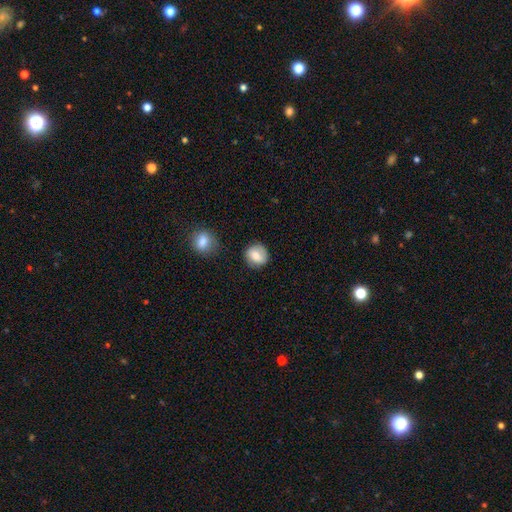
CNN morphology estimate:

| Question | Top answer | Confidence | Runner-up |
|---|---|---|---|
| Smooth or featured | smooth | 72% | featured or disk (20%) |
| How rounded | round | 83% | in between (16%) |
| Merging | none | 78% | minor disturbance (15%) |